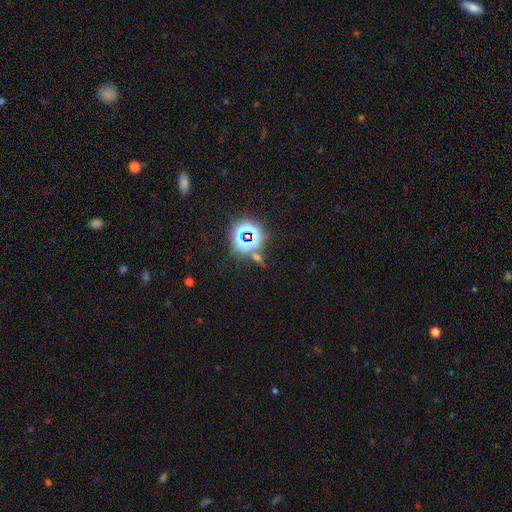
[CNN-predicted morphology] This appears to be a star or artifact, not a galaxy (75%).